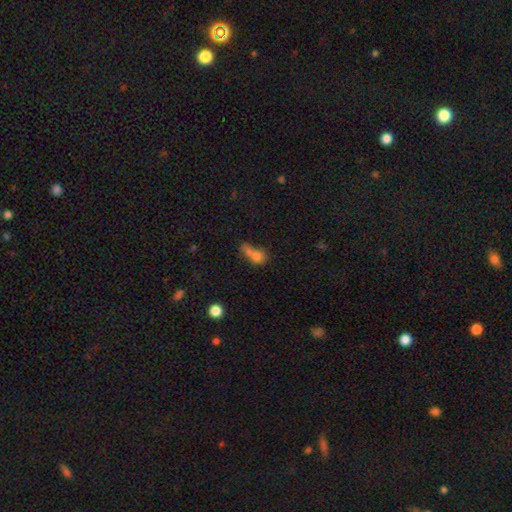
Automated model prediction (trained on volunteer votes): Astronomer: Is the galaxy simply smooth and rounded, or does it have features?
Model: smooth — 71%.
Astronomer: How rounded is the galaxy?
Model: round — 57% (runner-up: in between, 39%).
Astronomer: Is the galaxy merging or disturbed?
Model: merger — 60%.